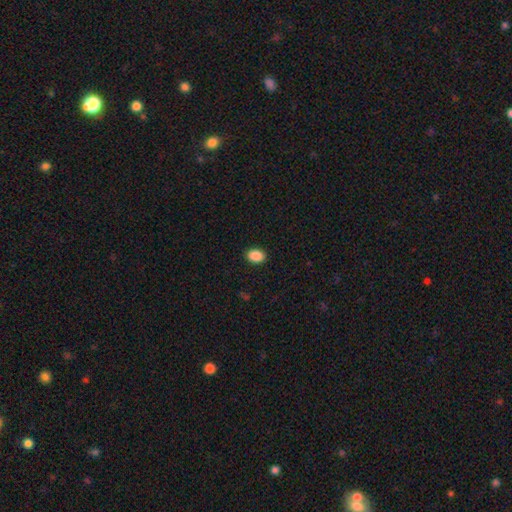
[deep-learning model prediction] smooth_or_featured: smooth (p=0.90) [alt: star or artifact p=0.08]
how_rounded: in between (p=0.77) [alt: round p=0.22]
merging: none (p=0.91) [alt: minor disturbance p=0.07]